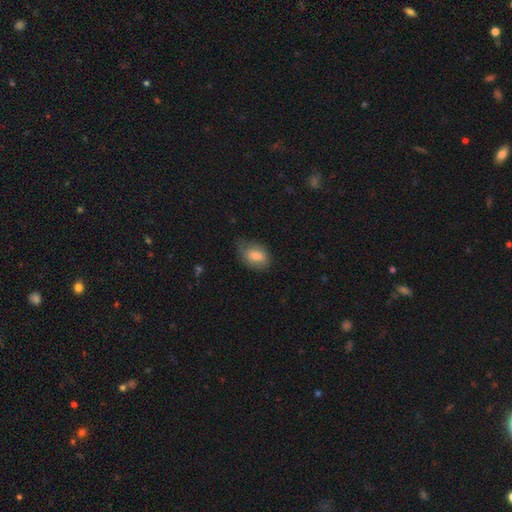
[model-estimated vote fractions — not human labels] smooth_or_featured: smooth (p=0.79) [alt: featured or disk p=0.14]
how_rounded: in between (p=0.85) [alt: round p=0.13]
merging: none (p=0.50) [alt: minor disturbance p=0.37]